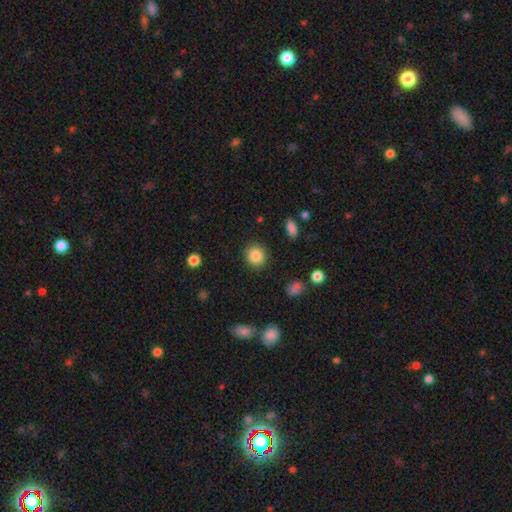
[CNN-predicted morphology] A smooth galaxy with no disk features (85%) that is round (85%). Merging: none (89%).